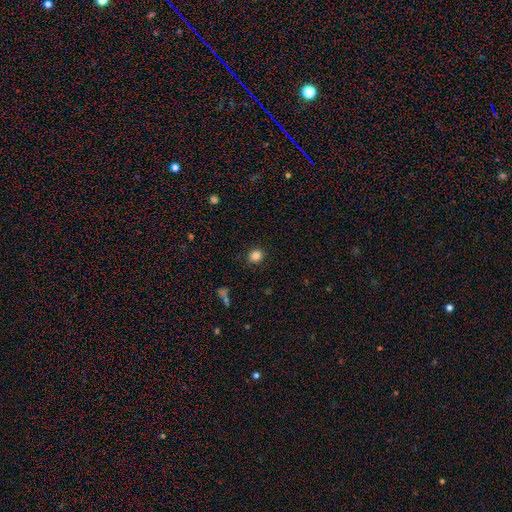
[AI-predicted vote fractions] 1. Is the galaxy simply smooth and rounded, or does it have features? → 85% smooth, 11% star or artifact, 4% featured or disk.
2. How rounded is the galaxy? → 87% round, 12% in between, 1% cigar-shaped.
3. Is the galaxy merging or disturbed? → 89% none, 7% minor disturbance, 2% major disturbance, 1% merger.